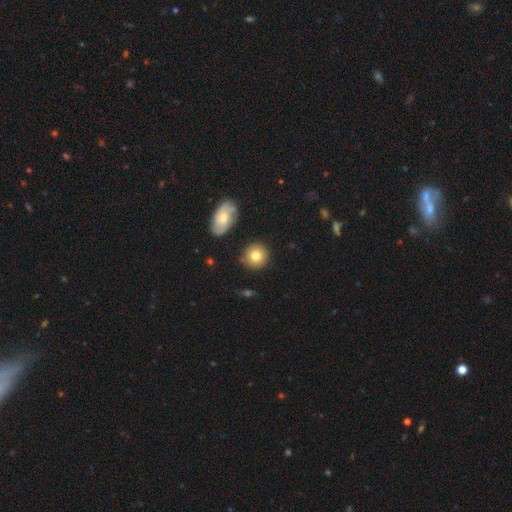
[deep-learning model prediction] Smooth or featured? Predicted: smooth (p=0.79). How rounded? Predicted: round (p=0.90). Merging? Predicted: none (p=0.85).